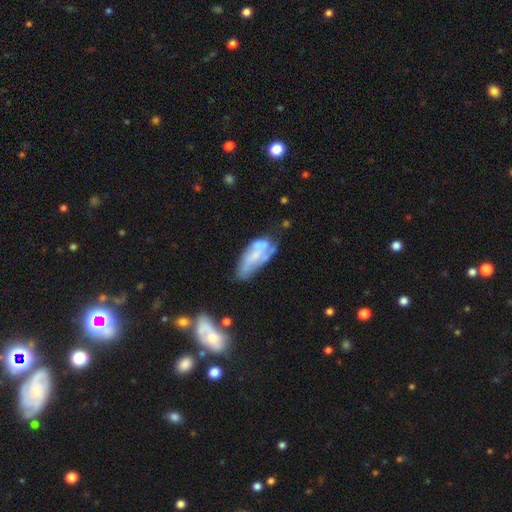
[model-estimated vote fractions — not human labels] Smooth or featured?
  - featured or disk: 49% *
  - smooth: 42%
  - star or artifact: 9%
Merging?
  - none: 33% *
  - minor disturbance: 28%
  - major disturbance: 22%
  - merger: 18%